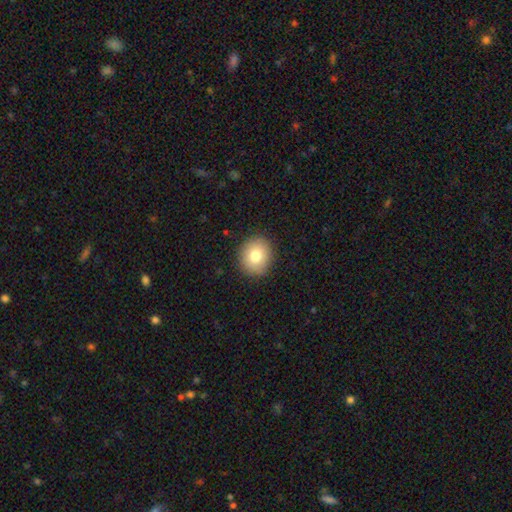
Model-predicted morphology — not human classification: The model was most divided on "how rounded": round: 78%, in between: 21%, cigar-shaped: 1%. More confident: merging — none (89%); smooth or featured — smooth (78%).